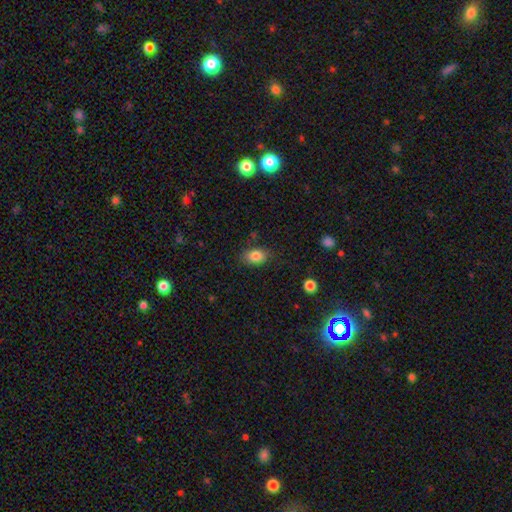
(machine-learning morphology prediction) Q: Smooth or featured?
A: smooth (83%); runner-up: star or artifact (9%)
Q: How rounded?
A: in between (80%); runner-up: round (19%)
Q: Merging?
A: none (80%); runner-up: minor disturbance (15%)